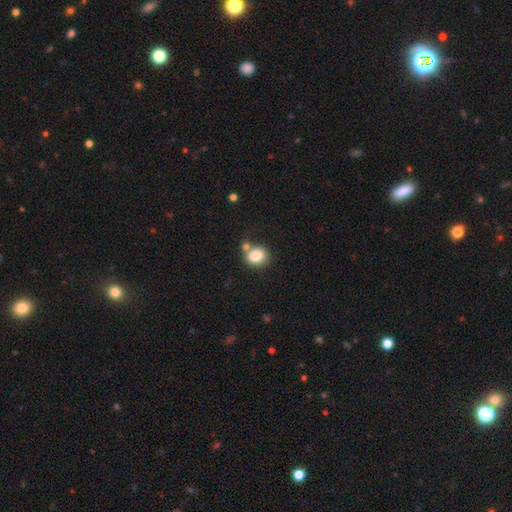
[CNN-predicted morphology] type=smooth (84%); roundness=round (60%); merging=none (55%).